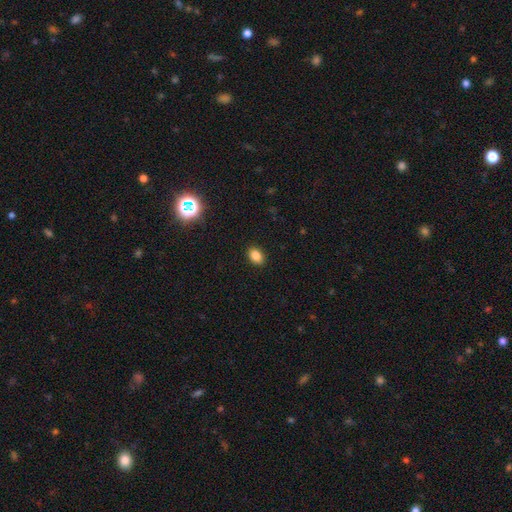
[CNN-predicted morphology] Smooth or featured? Predicted: smooth (p=0.85). How rounded? Predicted: in between (p=0.78). Merging? Predicted: none (p=0.90).